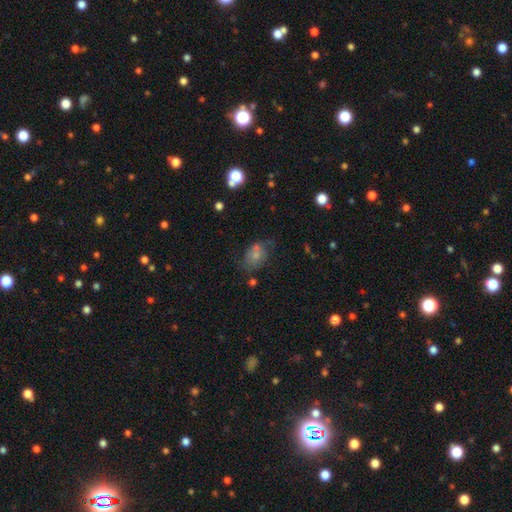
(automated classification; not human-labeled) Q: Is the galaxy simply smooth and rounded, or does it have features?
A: smooth — 56%.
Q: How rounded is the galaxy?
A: in between — 75%.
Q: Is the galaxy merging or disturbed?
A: none — 54%.